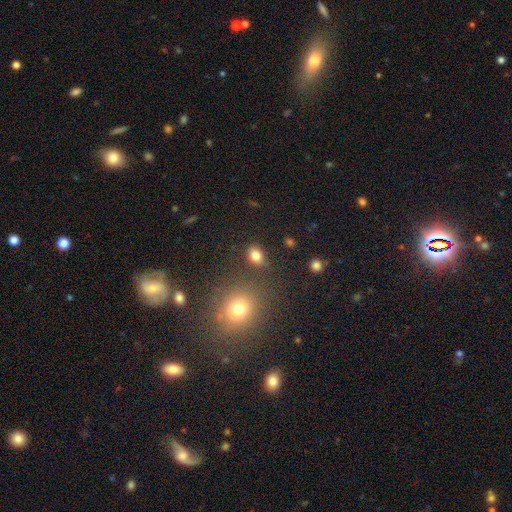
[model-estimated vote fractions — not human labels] smooth_or_featured: smooth (p=0.83) [alt: star or artifact p=0.12]
how_rounded: in between (p=0.66) [alt: round p=0.33]
merging: none (p=0.81) [alt: minor disturbance p=0.11]